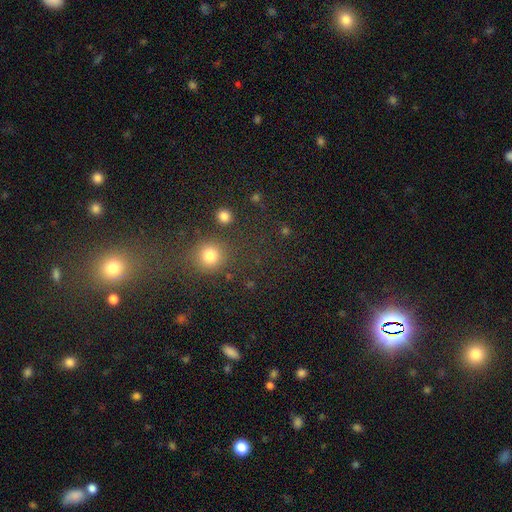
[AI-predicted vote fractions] smooth 53%, star or artifact 40%, featured or disk 7%. Down the decision tree: how rounded — round (90%); merging — none (75%).